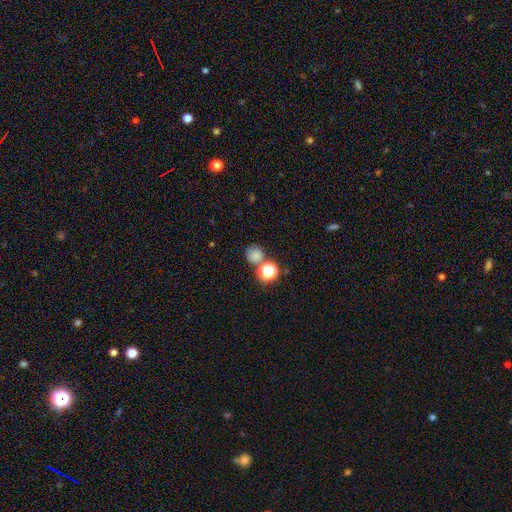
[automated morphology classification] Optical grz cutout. It shows a smooth galaxy with no disk features (77%) that is round (89%). Merging: none (67%).